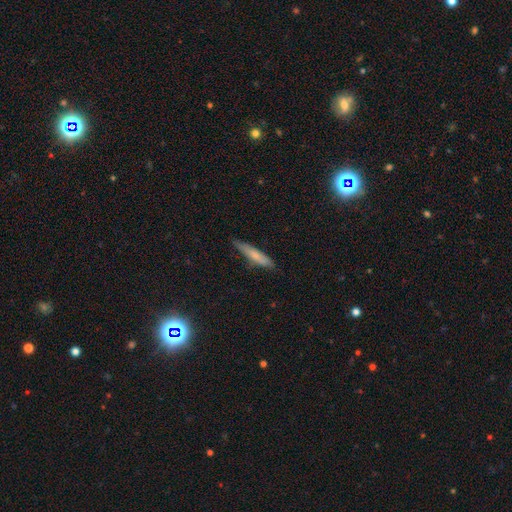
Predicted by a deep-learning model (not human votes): smooth_or_featured: smooth (p=0.69) [alt: featured or disk p=0.25]
how_rounded: cigar-shaped (p=0.89) [alt: in between p=0.10]
merging: none (p=0.78) [alt: minor disturbance p=0.18]